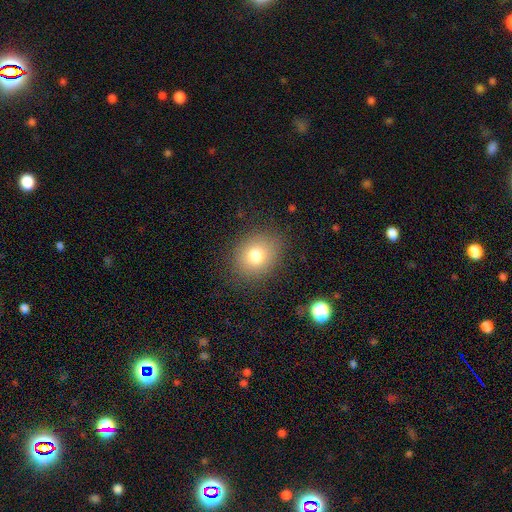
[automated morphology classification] The model was most divided on "how rounded": round: 66%, in between: 33%, cigar-shaped: 1%. More confident: merging — none (84%); smooth or featured — smooth (78%).